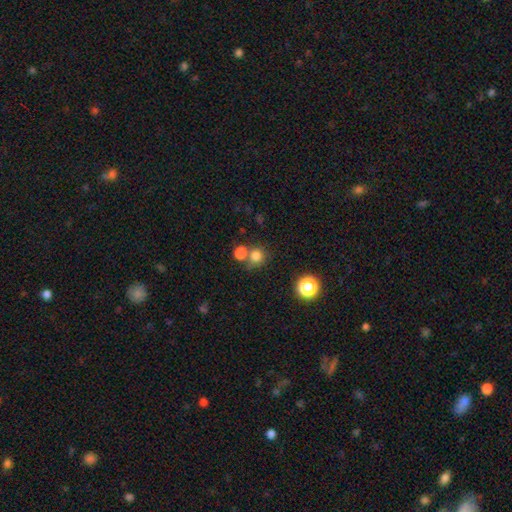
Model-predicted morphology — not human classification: Smooth or featured?
  - smooth: 79% *
  - star or artifact: 15%
  - featured or disk: 7%
How rounded?
  - round: 87% *
  - in between: 12%
  - cigar-shaped: 1%
Merging?
  - none: 59% *
  - merger: 30%
  - minor disturbance: 8%
  - major disturbance: 4%